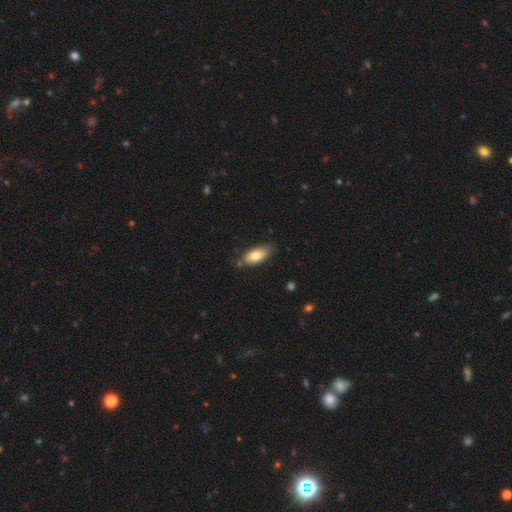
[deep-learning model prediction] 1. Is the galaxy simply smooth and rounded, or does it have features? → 77% smooth, 17% featured or disk, 7% star or artifact.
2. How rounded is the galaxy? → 85% in between, 12% cigar-shaped, 2% round.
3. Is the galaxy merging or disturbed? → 74% none, 20% minor disturbance, 3% merger, 3% major disturbance.